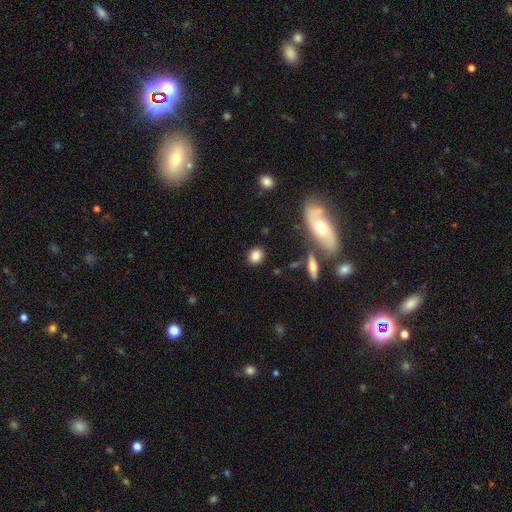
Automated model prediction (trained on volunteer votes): smooth_or_featured: smooth (p=0.83) [alt: star or artifact p=0.10]
how_rounded: round (p=0.68) [alt: in between p=0.30]
merging: none (p=0.88) [alt: minor disturbance p=0.08]